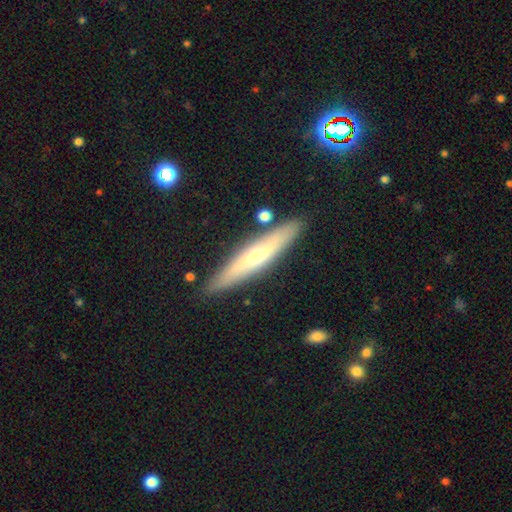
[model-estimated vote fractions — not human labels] Smooth or featured? Predicted: featured or disk (p=0.53). Edge-on disk? Predicted: yes (p=0.85). Merging? Predicted: none (p=0.87).